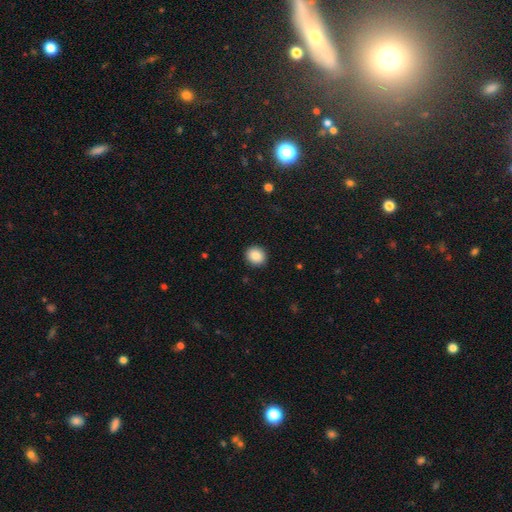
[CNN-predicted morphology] smooth 88%, star or artifact 8%, featured or disk 4%. Down the decision tree: how rounded — round (79%); merging — none (91%).